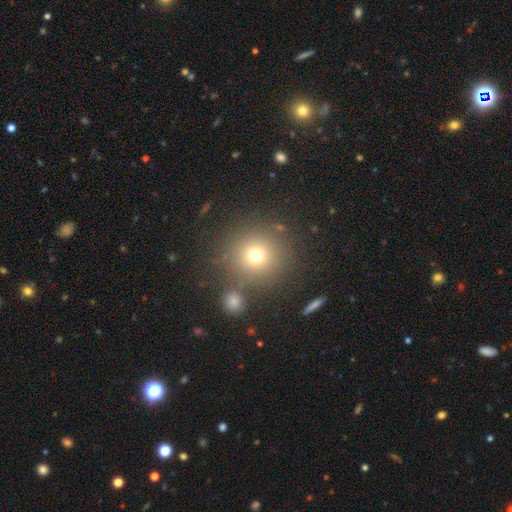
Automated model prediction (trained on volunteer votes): Smooth or featured? smooth (71%)
How rounded? round (93%)
Merging? none (81%)